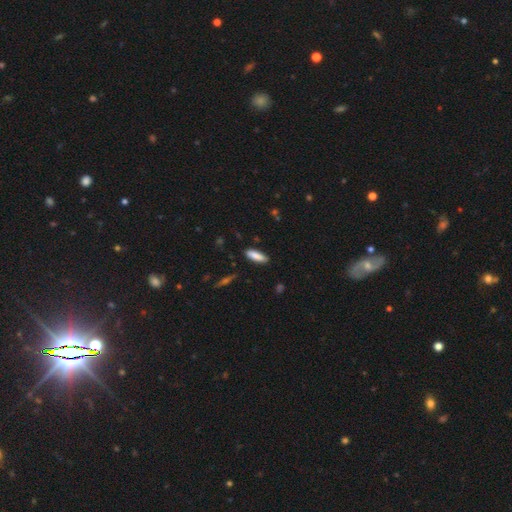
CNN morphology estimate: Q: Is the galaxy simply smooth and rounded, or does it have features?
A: smooth — 85%.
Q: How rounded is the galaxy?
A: cigar-shaped — 50%.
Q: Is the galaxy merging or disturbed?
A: none — 84%.